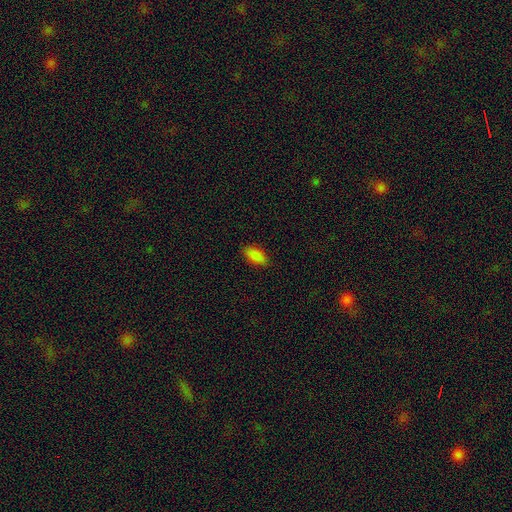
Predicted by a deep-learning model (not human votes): Smooth or featured? smooth (87%)
How rounded? in between (90%)
Merging? none (86%)